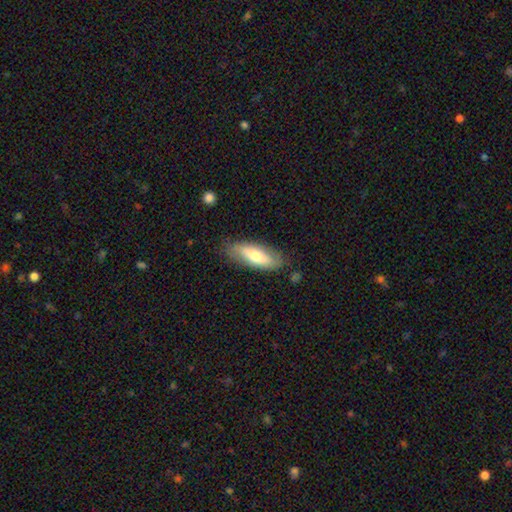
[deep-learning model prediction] smooth_or_featured: smooth (p=0.59) [alt: featured or disk p=0.35]
how_rounded: in between (p=0.69) [alt: cigar-shaped p=0.28]
merging: none (p=0.80) [alt: minor disturbance p=0.15]